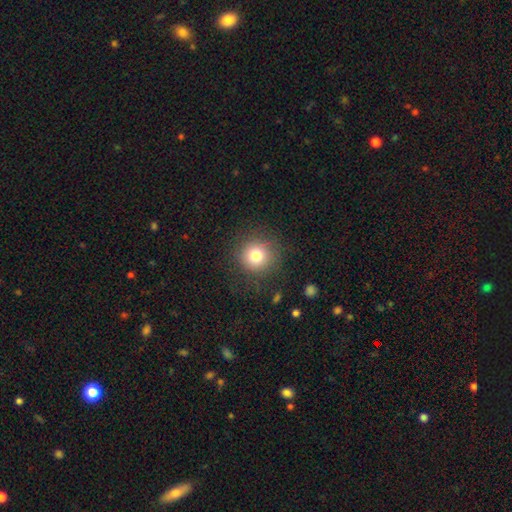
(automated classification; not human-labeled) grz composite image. It shows a smooth galaxy with no disk features (80%) that is round (93%). Merging: none (85%).